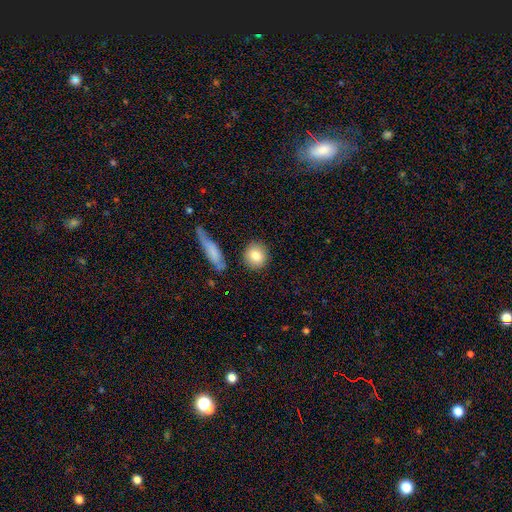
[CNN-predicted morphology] A smooth galaxy with no disk features (82%) that is round (85%).

Vote fractions:
- Smooth or featured? smooth: 82% / featured or disk: 10% / star or artifact: 7%
- How rounded? round: 85% / in between: 13% / cigar-shaped: 2%
- Merging? none: 84% / minor disturbance: 9% / merger: 4% / major disturbance: 3%